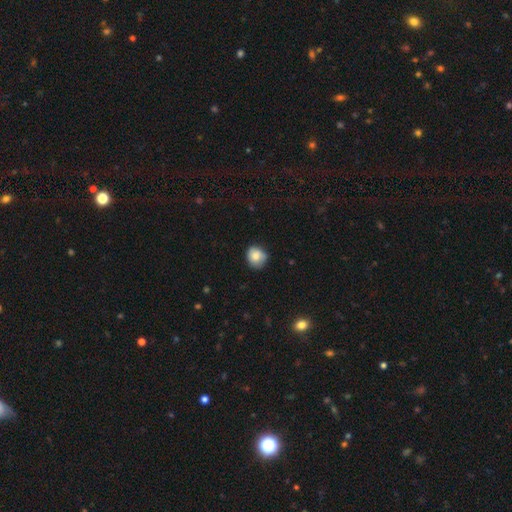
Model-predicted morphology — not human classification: Overall: smooth (82%). How rounded: round (73%). Merging: none (71%).